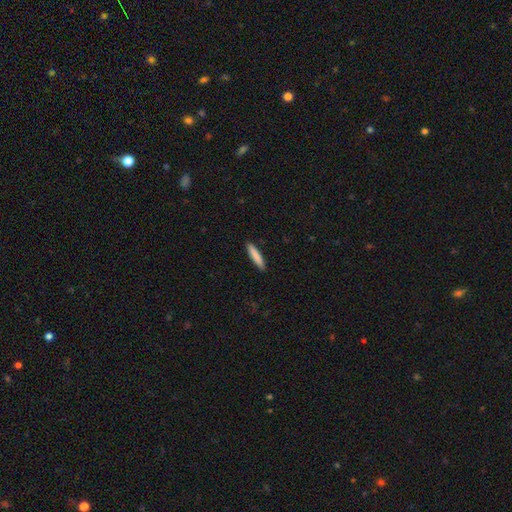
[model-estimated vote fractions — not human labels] smooth 86%, featured or disk 9%, star or artifact 6%. Down the decision tree: how rounded — cigar-shaped (88%); merging — none (91%).